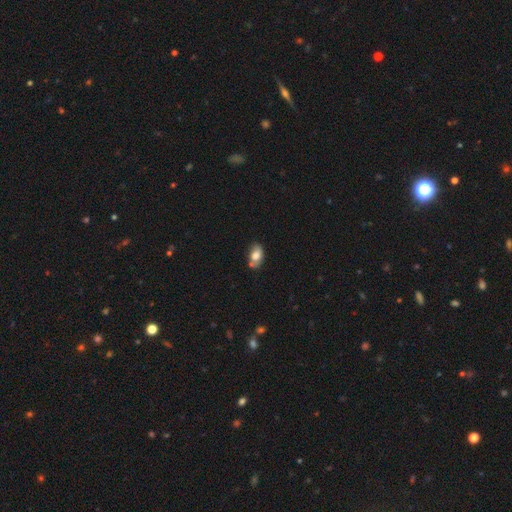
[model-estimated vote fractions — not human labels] A smooth galaxy with no disk features (73%) that is in between round and cigar-shaped (88%). Merging: none (55%).